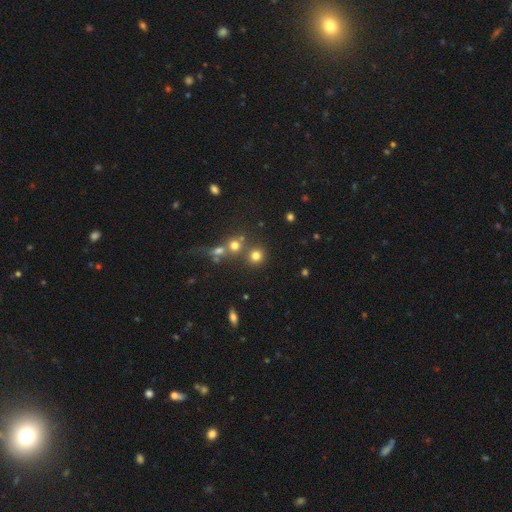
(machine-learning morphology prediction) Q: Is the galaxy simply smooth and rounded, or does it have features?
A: smooth — 74%.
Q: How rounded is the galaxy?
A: round — 90%.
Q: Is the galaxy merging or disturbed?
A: none — 70%.